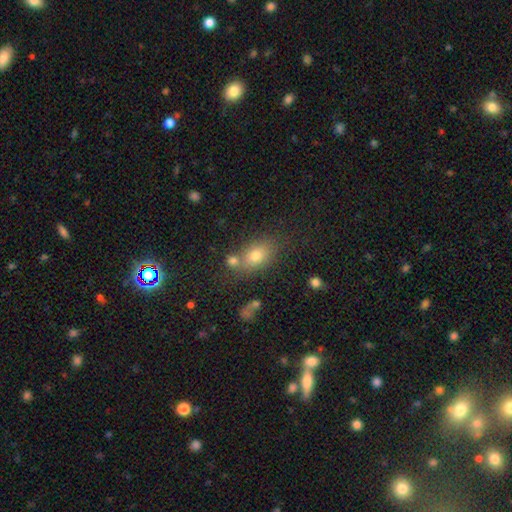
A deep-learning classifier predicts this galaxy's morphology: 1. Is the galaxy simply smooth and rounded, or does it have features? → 73% smooth, 14% star or artifact, 13% featured or disk.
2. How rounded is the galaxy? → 74% in between, 24% round, 2% cigar-shaped.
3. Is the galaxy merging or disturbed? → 63% none, 19% merger, 13% minor disturbance, 5% major disturbance.